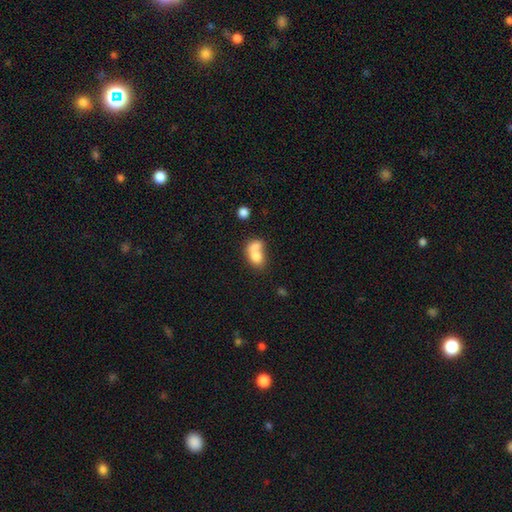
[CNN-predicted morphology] Smooth or featured? Predicted: smooth (p=0.74). How rounded? Predicted: in between (p=0.66). Merging? Predicted: merger (p=0.67).